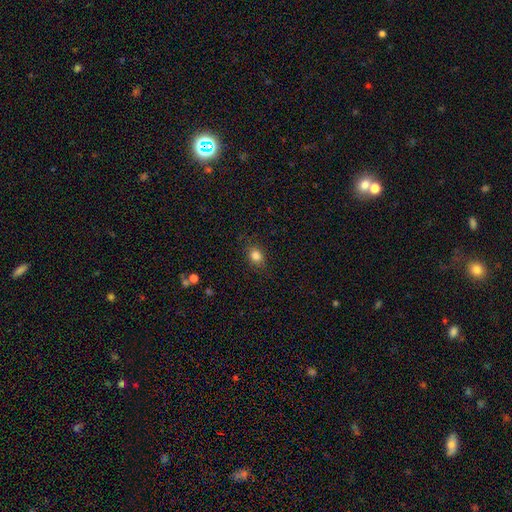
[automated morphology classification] Smooth or featured: smooth — 83% (star or artifact — 11%)
How rounded: round — 50% (in between — 49%)
Merging: none — 84% (minor disturbance — 12%)